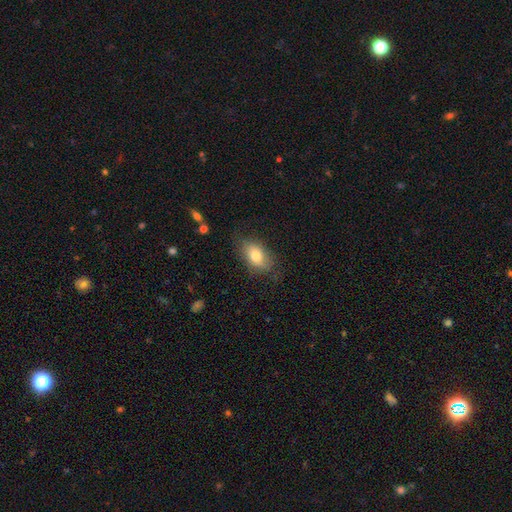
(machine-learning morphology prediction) This appears to be a smooth galaxy with no disk features (77%) that is in between round and cigar-shaped (87%). Merging: none (75%).